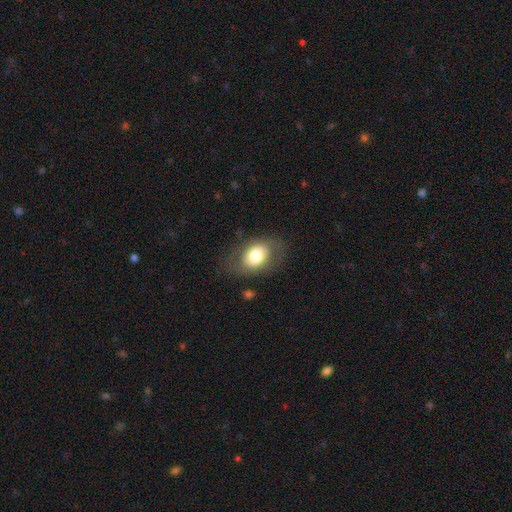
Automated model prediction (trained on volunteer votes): Smooth or featured? smooth (67%)
How rounded? in between (80%)
Merging? none (70%)